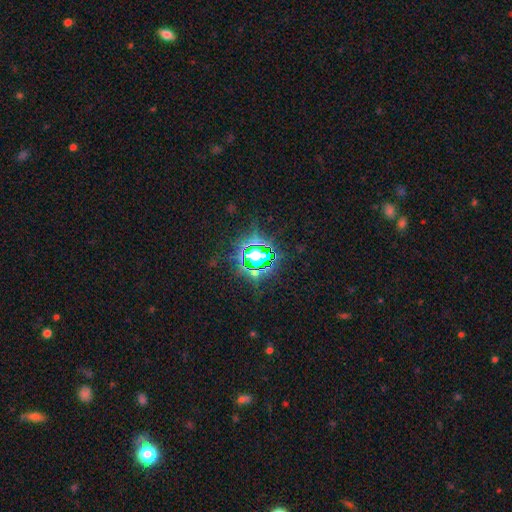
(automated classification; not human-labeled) The model was most divided on "smooth or featured": star or artifact: 75%, smooth: 15%, featured or disk: 11%.